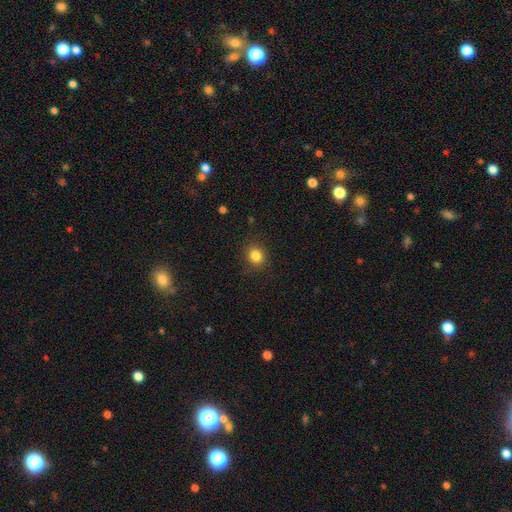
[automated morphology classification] Smooth or featured: smooth — 84% (star or artifact — 12%)
How rounded: round — 77% (in between — 23%)
Merging: none — 87% (minor disturbance — 9%)